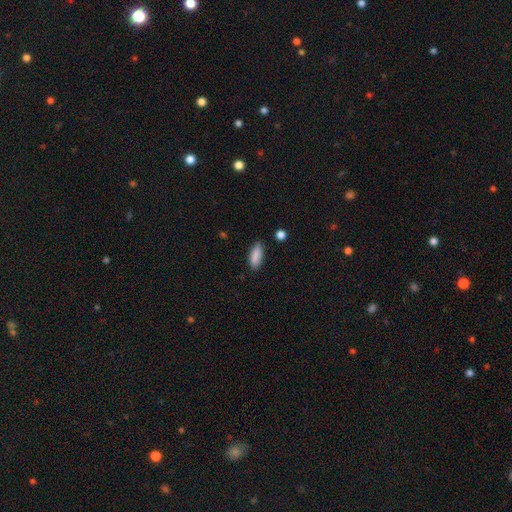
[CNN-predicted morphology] Smooth or featured? Predicted: smooth (p=0.88). How rounded? Predicted: in between (p=0.71). Merging? Predicted: none (p=0.81).